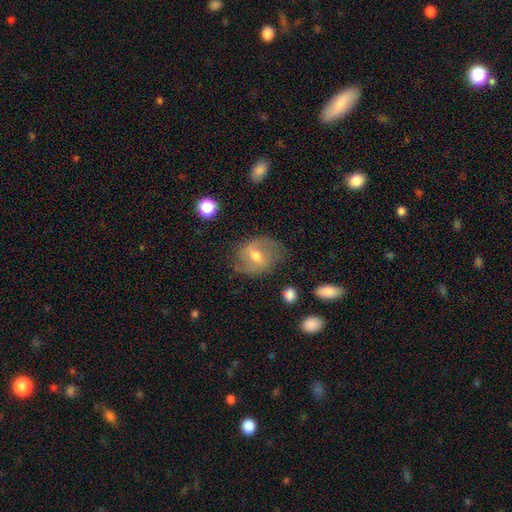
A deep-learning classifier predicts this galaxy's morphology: A featured or disk galaxy (63%) with a weak bar (51%), spiral arms (80%) and a moderate central bulge (69%). Merging: none (70%).